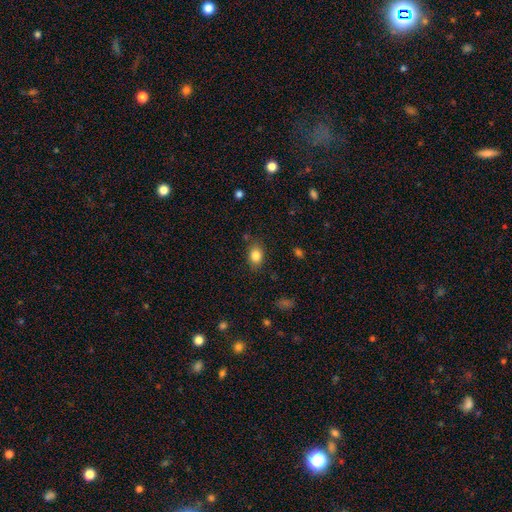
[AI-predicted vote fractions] Morphology: type=smooth (84%); roundness=in between (73%); merging=none (80%).